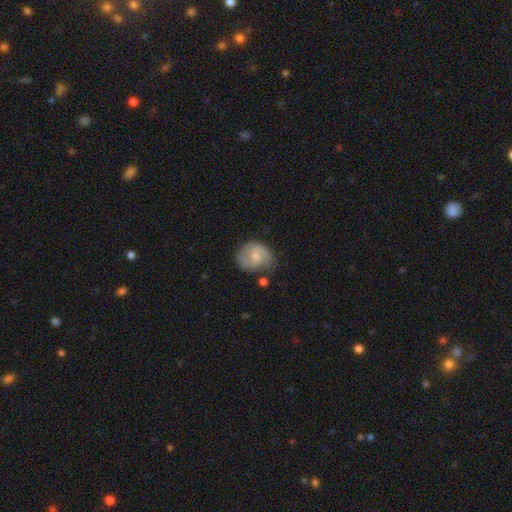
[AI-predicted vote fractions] featured or disk 64%, smooth 30%, star or artifact 6%. Down the decision tree: edge-on disk — no (98%); bar — no (55%); spiral arms — yes (90%); spiral arm count — 2 (77%); spiral winding — medium (48%); bulge size — small (52%); merging — none (67%).